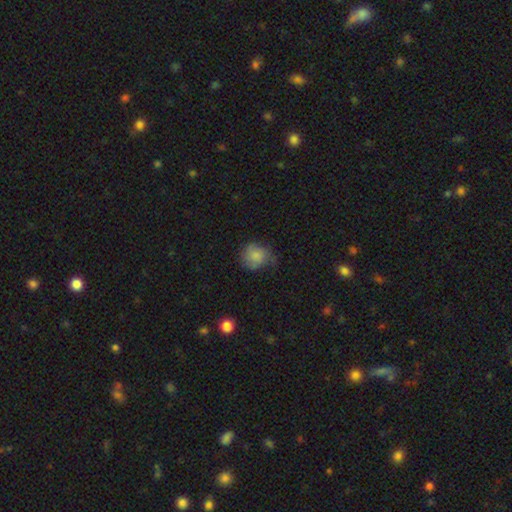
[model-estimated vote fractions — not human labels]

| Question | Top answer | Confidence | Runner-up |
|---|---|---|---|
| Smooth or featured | smooth | 68% | featured or disk (23%) |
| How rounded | round | 74% | in between (25%) |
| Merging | none | 53% | minor disturbance (31%) |